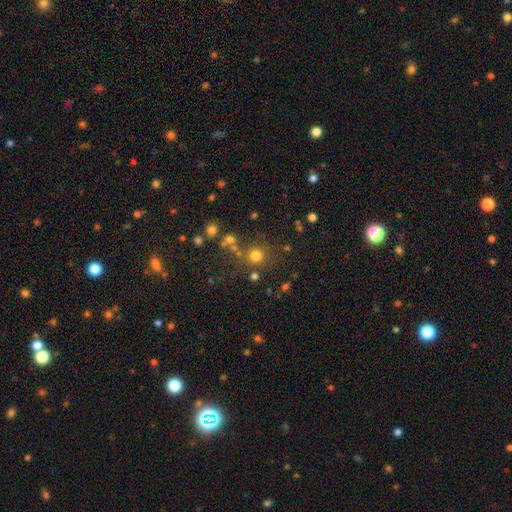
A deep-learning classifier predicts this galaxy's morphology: This is likely a smooth galaxy (73%). How rounded: clearly round (92%). Merging: likely none (75%).